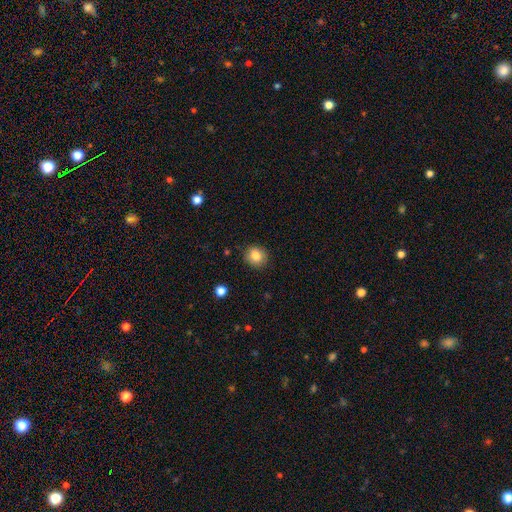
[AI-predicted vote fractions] This appears to be a smooth galaxy with no disk features (84%) that is round (77%). Merging: none (86%).